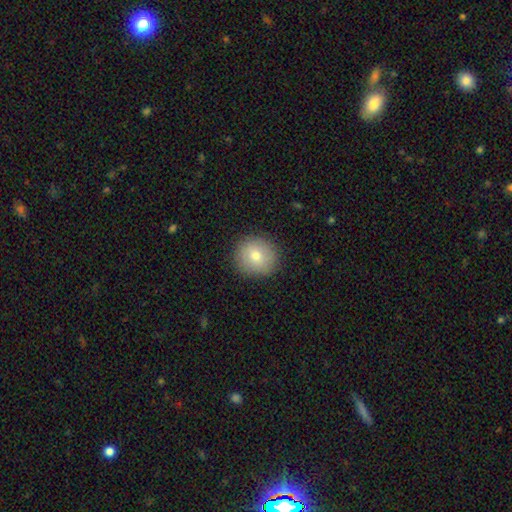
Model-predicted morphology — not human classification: This appears to be a smooth galaxy with no disk features (78%) that is round (90%). Merging: none (89%).